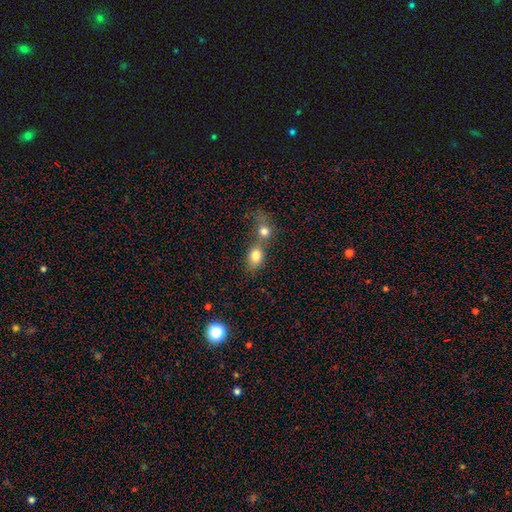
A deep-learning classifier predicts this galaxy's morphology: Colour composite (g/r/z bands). It shows a smooth galaxy with no disk features (78%) that is in between round and cigar-shaped (56%). Merging: merger (59%).